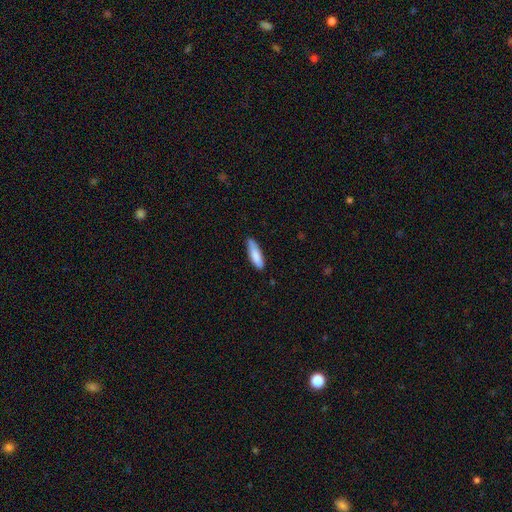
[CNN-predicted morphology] Smooth or featured?
  - smooth: 85% *
  - featured or disk: 9%
  - star or artifact: 6%
How rounded?
  - cigar-shaped: 59% *
  - in between: 40%
  - round: 1%
Merging?
  - none: 79% *
  - minor disturbance: 17%
  - major disturbance: 2%
  - merger: 1%